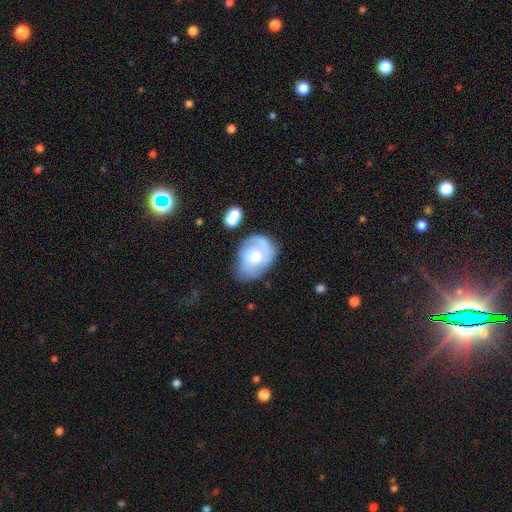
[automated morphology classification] smooth_or_featured: featured or disk (p=0.54) [alt: smooth p=0.39]
disk_edge_on: no (p=0.96) [alt: yes p=0.04]
bar: no (p=0.75) [alt: weak p=0.22]
has_spiral_arms: yes (p=0.73) [alt: no p=0.27]
bulge_size: moderate (p=0.57) [alt: small p=0.28]
merging: none (p=0.54) [alt: minor disturbance p=0.28]